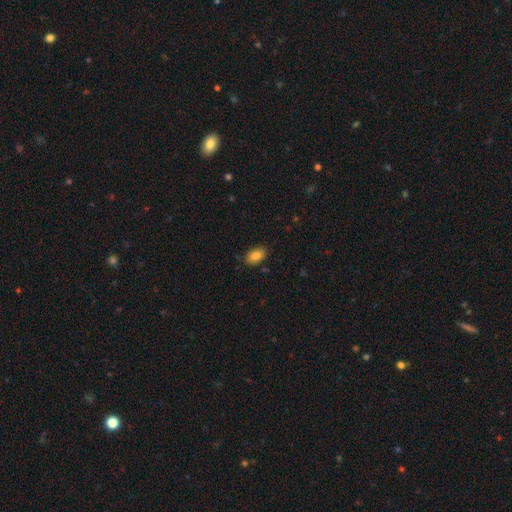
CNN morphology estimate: type=smooth (85%); roundness=in between (91%); merging=none (85%).